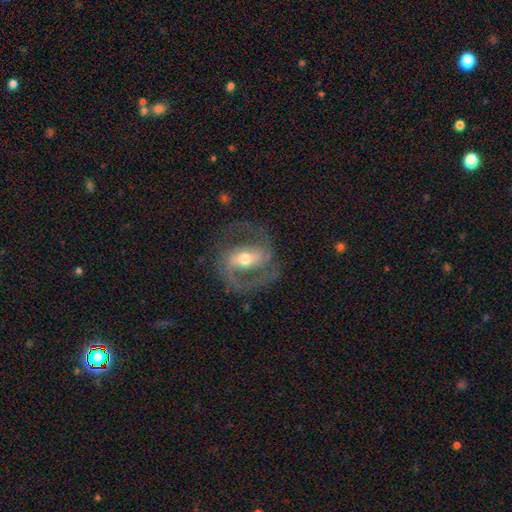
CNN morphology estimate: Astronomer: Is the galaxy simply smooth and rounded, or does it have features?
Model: featured or disk — 88%.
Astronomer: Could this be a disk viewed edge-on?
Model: no — 96%.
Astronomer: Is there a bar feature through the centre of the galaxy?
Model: strong — 52% (runner-up: weak, 33%).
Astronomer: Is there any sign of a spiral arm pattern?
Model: yes — 94%.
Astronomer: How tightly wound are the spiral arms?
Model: medium — 58%.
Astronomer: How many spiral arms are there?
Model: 2 — 91%.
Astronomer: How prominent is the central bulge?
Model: moderate — 63%.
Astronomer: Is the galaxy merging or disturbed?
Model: none — 78%.